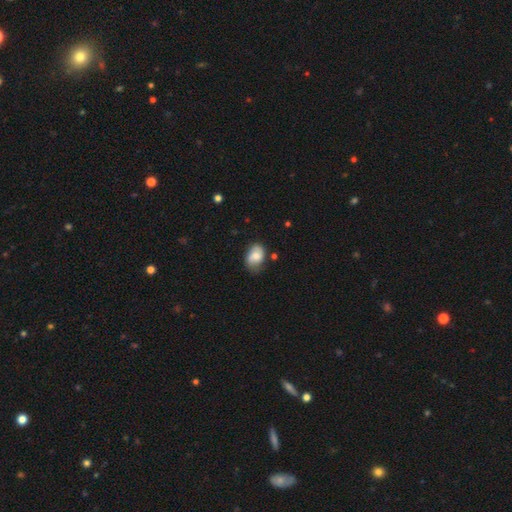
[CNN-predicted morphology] smooth 70%, featured or disk 22%, star or artifact 8%. Down the decision tree: how rounded — in between (78%); merging — none (57%).